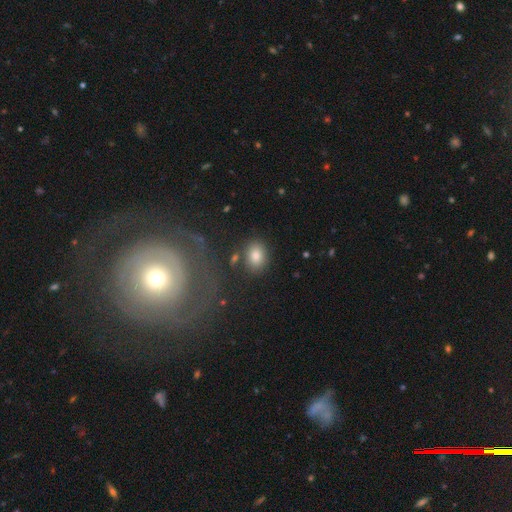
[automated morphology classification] A smooth galaxy with no disk features (83%) that is in between round and cigar-shaped (61%). Merging: none (77%).